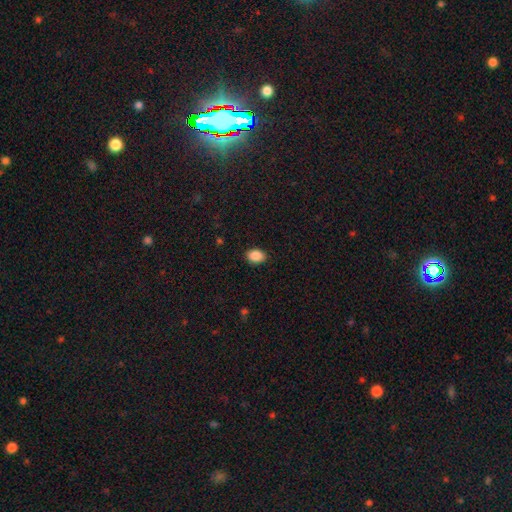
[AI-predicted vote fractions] This appears to be a smooth galaxy with no disk features (89%) that is in between round and cigar-shaped (75%). Merging: none (89%).